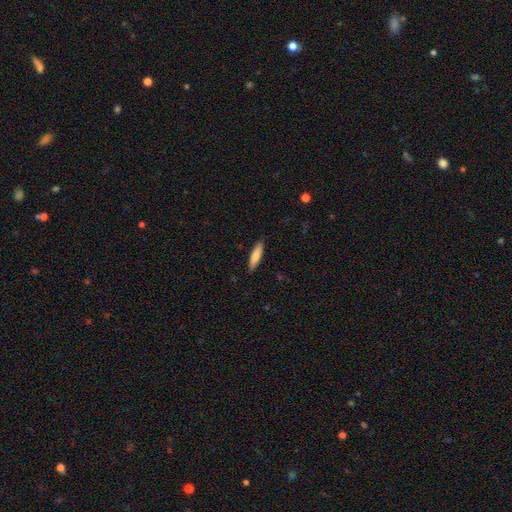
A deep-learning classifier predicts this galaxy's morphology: Overall: smooth (77%). How rounded: cigar-shaped (73%). Merging: none (88%).